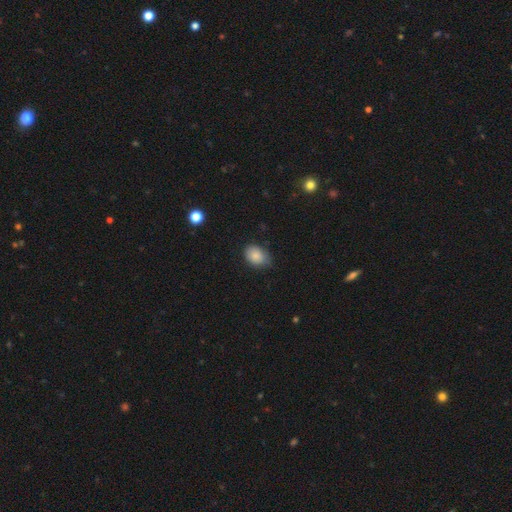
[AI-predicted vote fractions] This is clearly a smooth galaxy (85%). How rounded: likely in between (73%). Merging: likely none (69%).